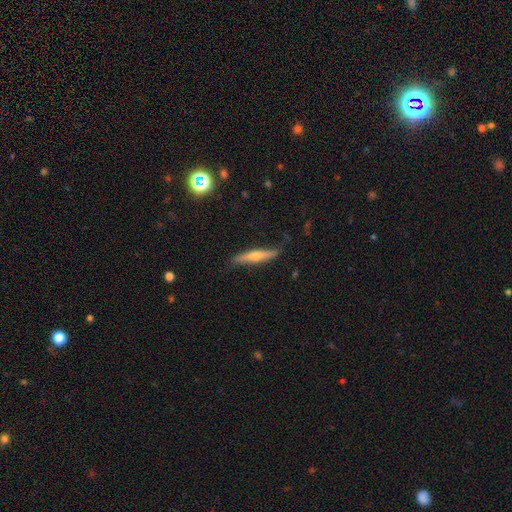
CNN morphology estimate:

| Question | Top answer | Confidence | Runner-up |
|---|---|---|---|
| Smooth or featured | featured or disk | 57% | smooth (35%) |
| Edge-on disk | yes | 91% | no (9%) |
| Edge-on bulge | rounded | 85% | none (11%) |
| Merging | none | 81% | minor disturbance (15%) |